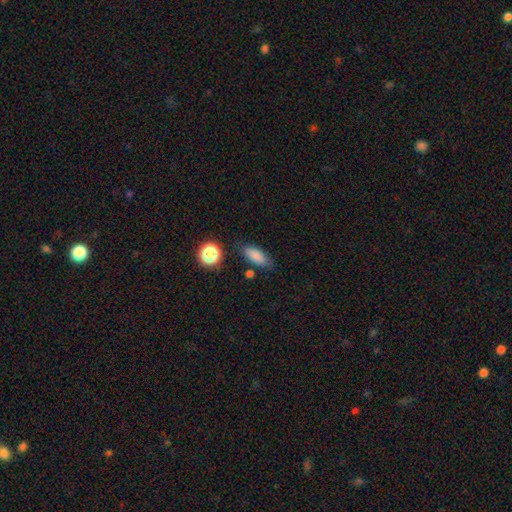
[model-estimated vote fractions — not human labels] smooth-or-featured: smooth: 83% | star or artifact: 11% | featured or disk: 7%
  how-rounded: in between: 76% | cigar-shaped: 18% | round: 6%
  merging: none: 77% | minor disturbance: 15% | merger: 4% | major disturbance: 4%